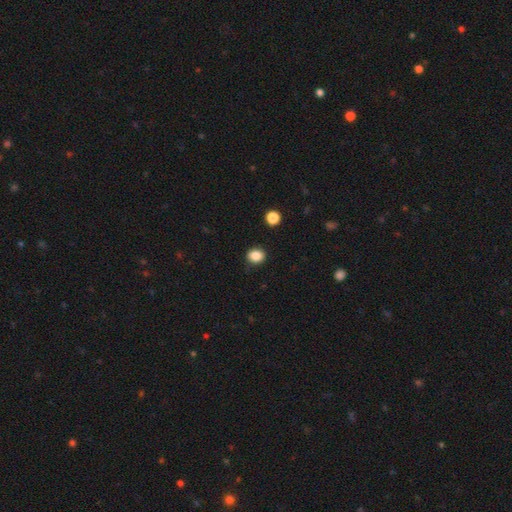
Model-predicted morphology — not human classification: A smooth galaxy with no disk features (85%) that is round (67%). Merging: none (87%).